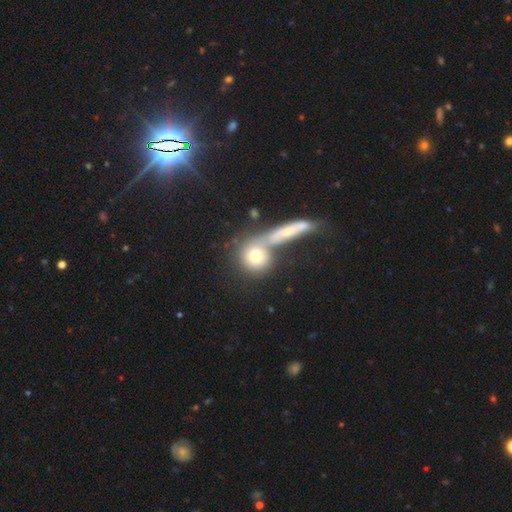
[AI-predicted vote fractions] Smooth or featured? Predicted: smooth (p=0.67). How rounded? Predicted: round (p=0.82). Merging? Predicted: none (p=0.47).